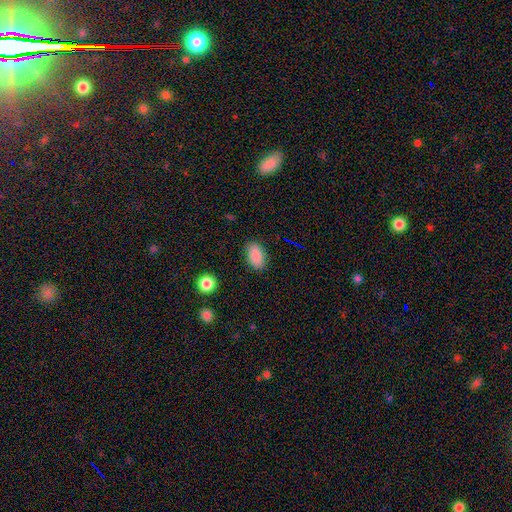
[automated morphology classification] smooth_or_featured: smooth (p=0.87) [alt: star or artifact p=0.08]
how_rounded: in between (p=0.92) [alt: round p=0.07]
merging: none (p=0.85) [alt: minor disturbance p=0.10]